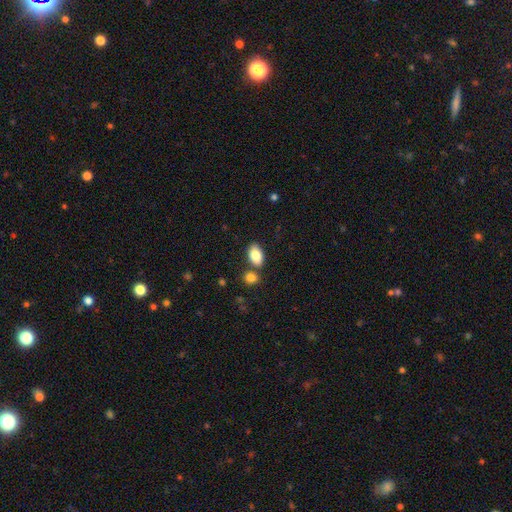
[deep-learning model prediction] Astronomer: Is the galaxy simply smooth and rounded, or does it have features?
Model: smooth — 85%.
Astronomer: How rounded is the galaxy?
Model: in between — 92%.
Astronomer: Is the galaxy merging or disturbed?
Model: none — 70%.